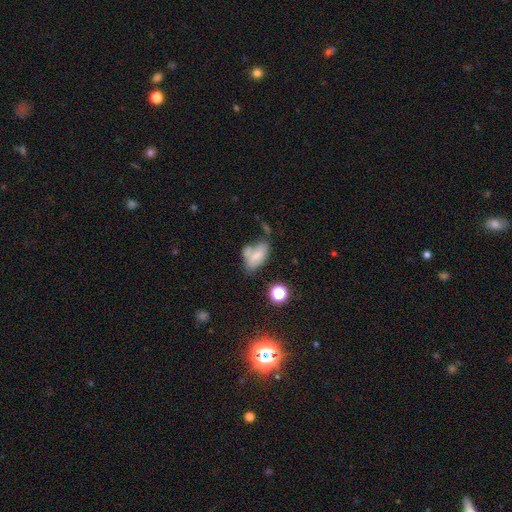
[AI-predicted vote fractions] Overall: smooth (65%). How rounded: in between (87%). Merging: none (34%; merger 30%).